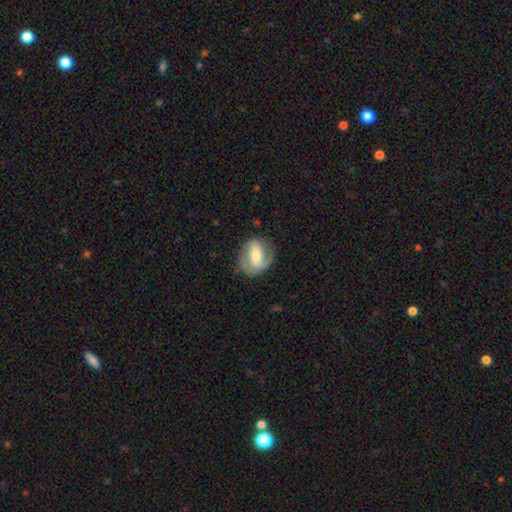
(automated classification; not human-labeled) Smooth or featured? Predicted: featured or disk (p=0.70). Edge-on disk? Predicted: no (p=0.96). Bar? Predicted: strong (p=0.38, tied with weak). Spiral arms? Predicted: yes (p=0.84). Spiral winding? Predicted: medium (p=0.43). Spiral arm count? Predicted: 2 (p=0.77). Bulge size? Predicted: moderate (p=0.61). Merging? Predicted: none (p=0.73).